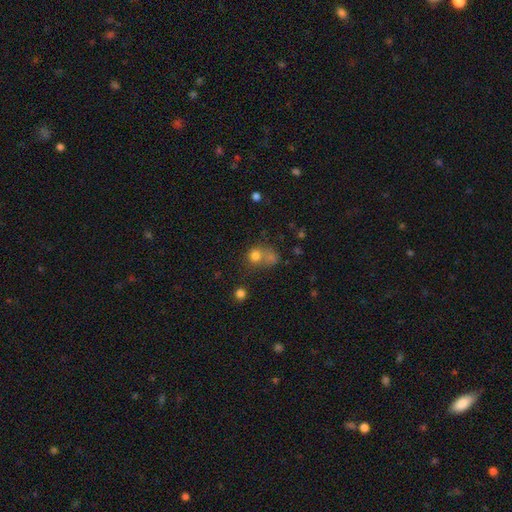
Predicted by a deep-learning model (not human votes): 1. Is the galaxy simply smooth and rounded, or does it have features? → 74% smooth, 14% star or artifact, 11% featured or disk.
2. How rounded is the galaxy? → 77% round, 22% in between, 1% cigar-shaped.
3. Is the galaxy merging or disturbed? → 46% merger, 36% none, 10% minor disturbance, 8% major disturbance.